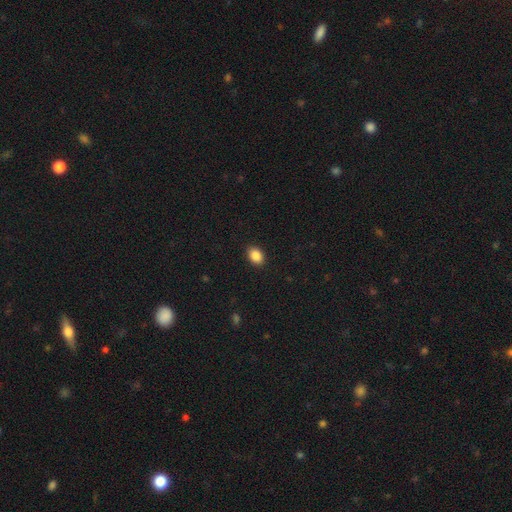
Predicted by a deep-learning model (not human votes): Smooth or featured: smooth — 88% (star or artifact — 8%)
How rounded: in between — 77% (round — 22%)
Merging: none — 90% (minor disturbance — 7%)